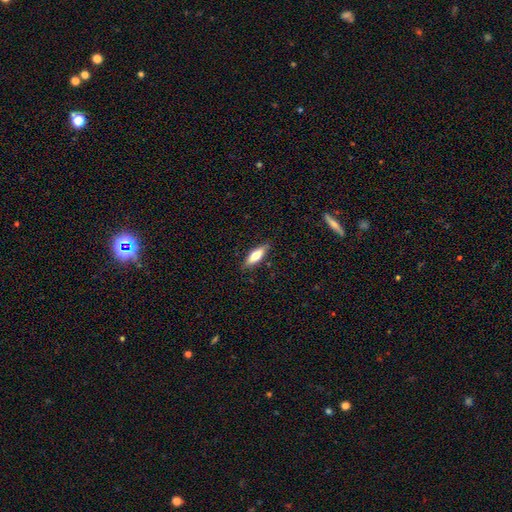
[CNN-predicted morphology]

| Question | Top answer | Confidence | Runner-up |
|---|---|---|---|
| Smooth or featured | smooth | 66% | featured or disk (27%) |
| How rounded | in between | 55% | cigar-shaped (43%) |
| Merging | none | 86% | minor disturbance (11%) |